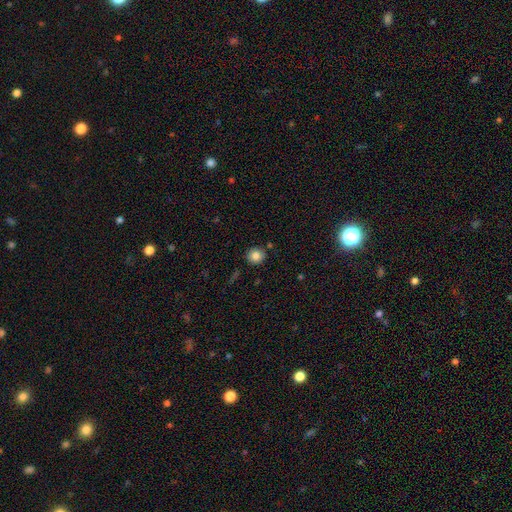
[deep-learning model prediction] This appears to be a smooth galaxy with no disk features (82%) that is round (88%). Merging: none (86%).